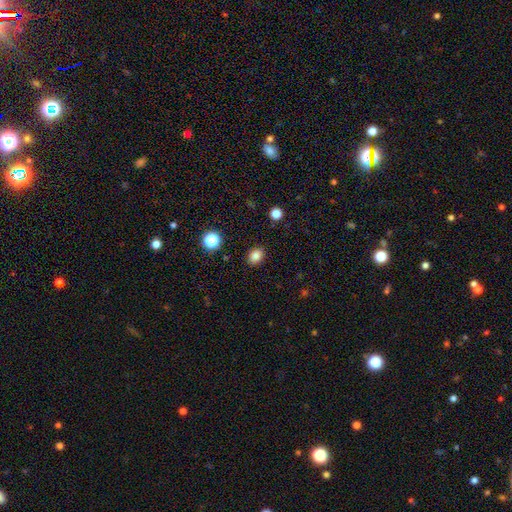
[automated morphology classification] A smooth galaxy with no disk features (84%) that is in between round and cigar-shaped (59%).

Vote fractions:
- Smooth or featured? smooth: 84% / star or artifact: 11% / featured or disk: 4%
- How rounded? in between: 59% / round: 40% / cigar-shaped: 1%
- Merging? none: 89% / minor disturbance: 8% / major disturbance: 2% / merger: 1%